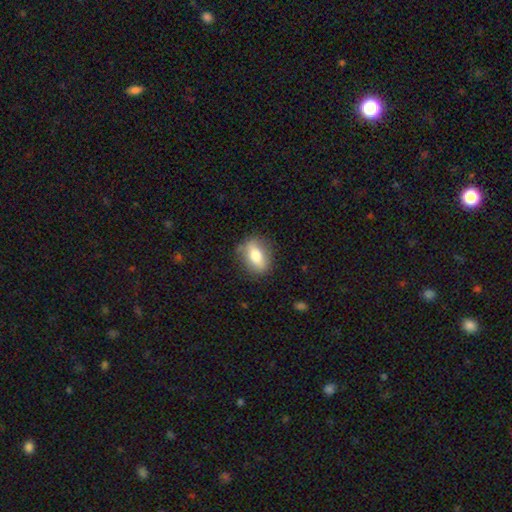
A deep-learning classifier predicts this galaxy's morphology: Smooth or featured: smooth — 67% (featured or disk — 25%)
How rounded: in between — 74% (round — 18%)
Merging: none — 80% (minor disturbance — 15%)